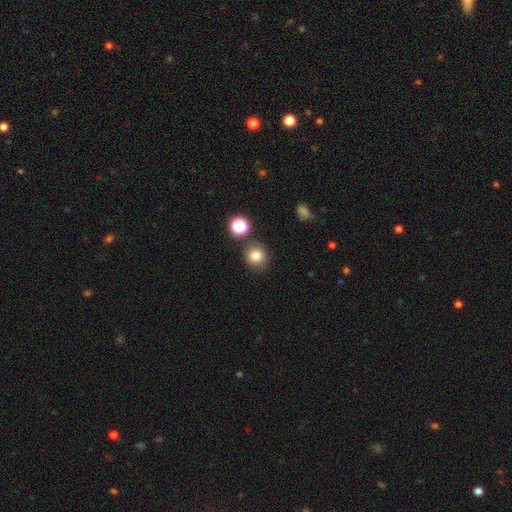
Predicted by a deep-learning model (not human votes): Q: Smooth or featured?
A: smooth (81%); runner-up: star or artifact (13%)
Q: How rounded?
A: round (88%); runner-up: in between (11%)
Q: Merging?
A: none (82%); runner-up: minor disturbance (9%)